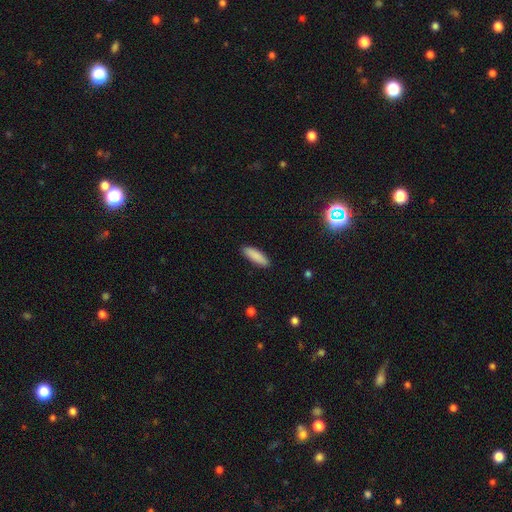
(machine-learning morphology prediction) Smooth or featured?
  - smooth: 88% *
  - star or artifact: 6%
  - featured or disk: 6%
How rounded?
  - cigar-shaped: 52% *
  - in between: 46%
  - round: 2%
Merging?
  - none: 90% *
  - minor disturbance: 8%
  - major disturbance: 2%
  - merger: 1%